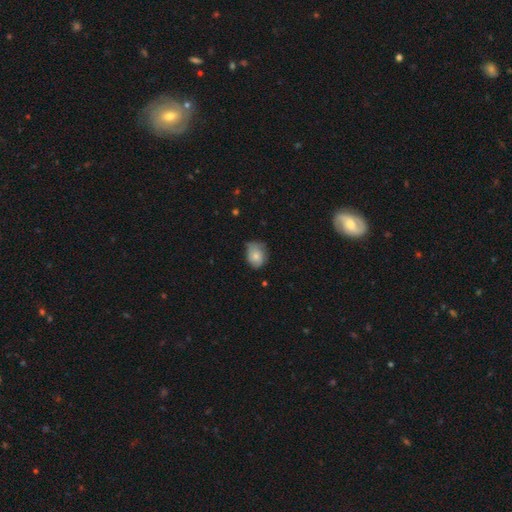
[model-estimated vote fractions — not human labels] Smooth or featured? Predicted: smooth (p=0.74). How rounded? Predicted: in between (p=0.54). Merging? Predicted: none (p=0.47).